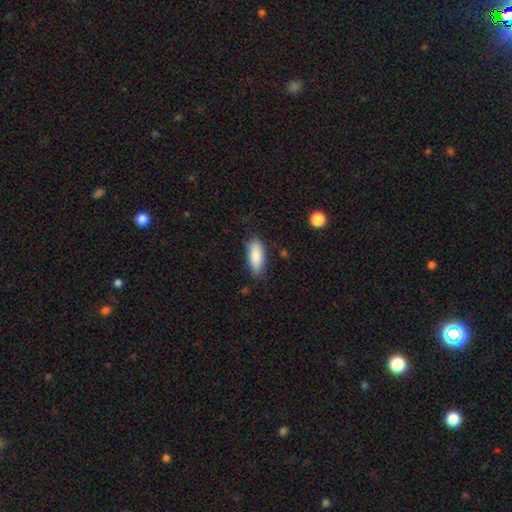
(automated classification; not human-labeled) This appears to be a smooth galaxy with no disk features (87%) that is in between round and cigar-shaped (71%). Merging: none (76%).